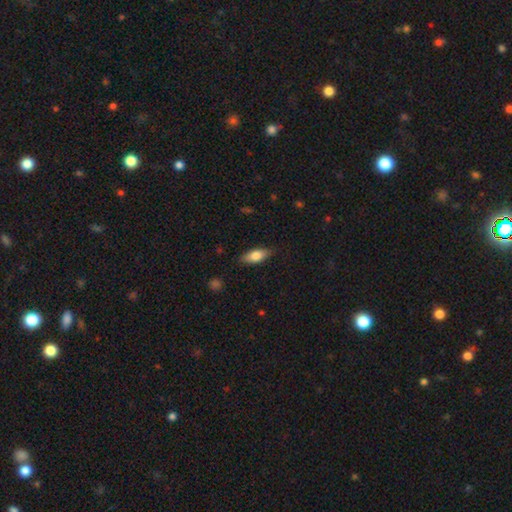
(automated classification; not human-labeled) The model was most divided on "how rounded": in between: 79%, cigar-shaped: 18%, round: 3%. More confident: merging — none (83%); smooth or featured — smooth (77%).